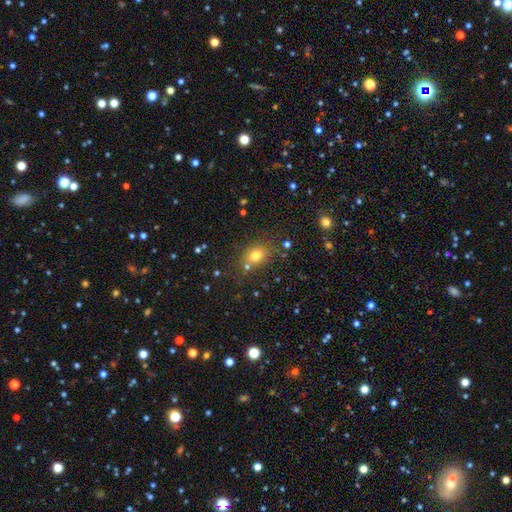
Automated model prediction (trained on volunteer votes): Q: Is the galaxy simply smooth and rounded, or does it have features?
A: smooth — 73%.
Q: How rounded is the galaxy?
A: in between — 51%.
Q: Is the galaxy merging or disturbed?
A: none — 72%.